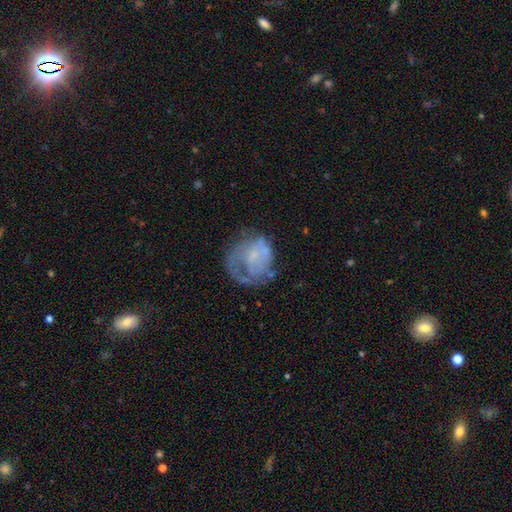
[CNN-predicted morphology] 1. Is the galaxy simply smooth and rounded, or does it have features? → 59% featured or disk, 31% smooth, 9% star or artifact.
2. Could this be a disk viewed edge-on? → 98% no, 2% yes.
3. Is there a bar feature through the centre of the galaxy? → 76% no, 20% weak, 4% strong.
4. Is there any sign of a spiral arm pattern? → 55% no, 45% yes.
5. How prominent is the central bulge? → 51% none, 27% small, 17% moderate, 4% large, 1% dominant.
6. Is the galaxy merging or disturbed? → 43% none, 31% major disturbance, 22% minor disturbance, 3% merger.